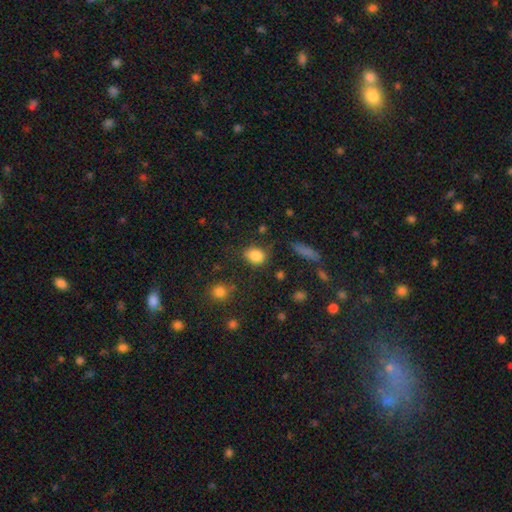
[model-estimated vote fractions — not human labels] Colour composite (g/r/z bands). It shows a smooth galaxy with no disk features (84%) that is in between round and cigar-shaped (52%). Merging: none (72%).